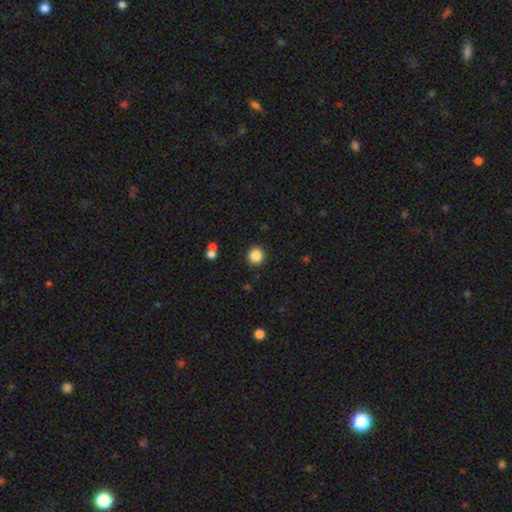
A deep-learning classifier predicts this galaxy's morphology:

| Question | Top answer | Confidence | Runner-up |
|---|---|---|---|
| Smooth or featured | smooth | 86% | star or artifact (10%) |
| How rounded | round | 92% | in between (7%) |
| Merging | none | 90% | minor disturbance (6%) |